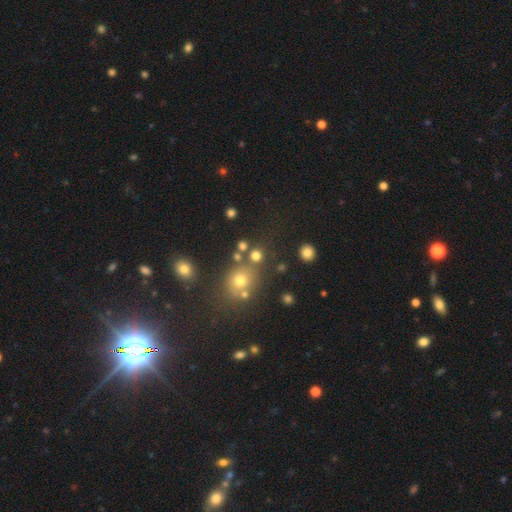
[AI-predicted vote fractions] Smooth or featured? Predicted: smooth (p=0.72). How rounded? Predicted: round (p=0.86). Merging? Predicted: none (p=0.71).